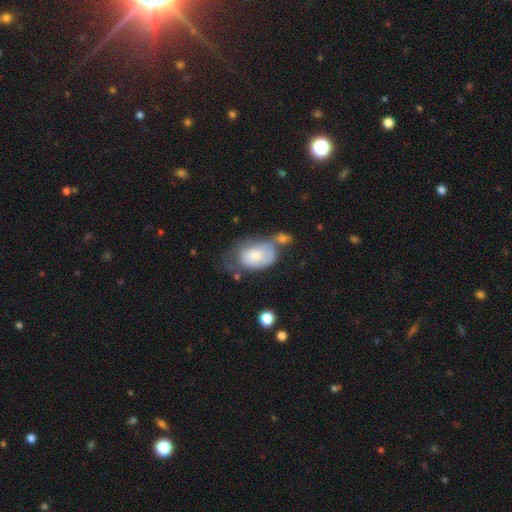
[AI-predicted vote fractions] A smooth galaxy with no disk features (69%) that is in between round and cigar-shaped (86%). Merging: minor disturbance (27%).